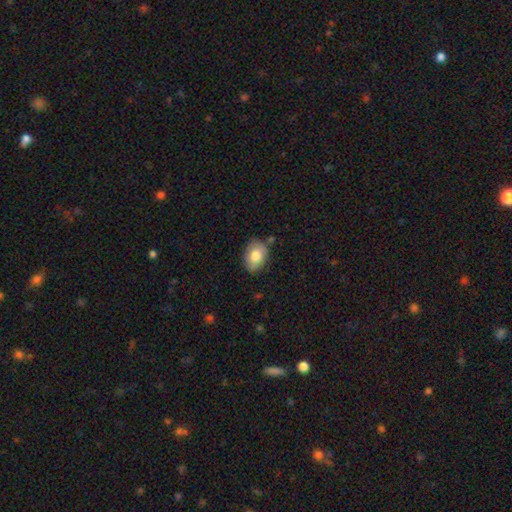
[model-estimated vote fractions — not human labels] Overall: smooth (79%). How rounded: in between (77%). Merging: none (76%).